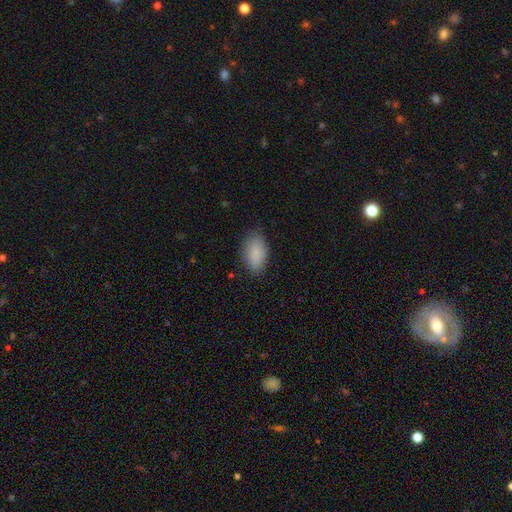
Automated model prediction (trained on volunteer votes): This is clearly a smooth galaxy (88%). How rounded: clearly in between (93%). Merging: clearly none (81%).